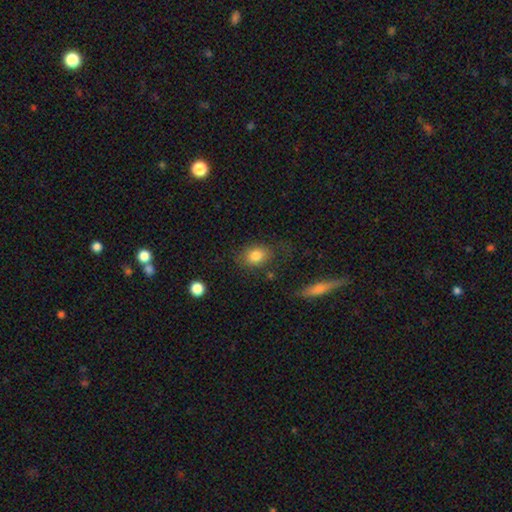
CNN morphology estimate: Smooth or featured? smooth (82%)
How rounded? in between (59%)
Merging? none (73%)